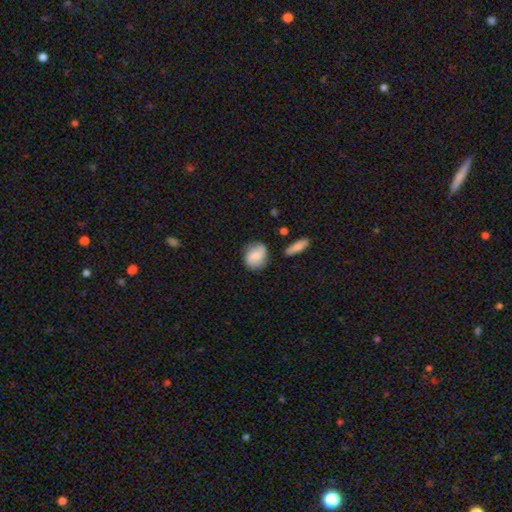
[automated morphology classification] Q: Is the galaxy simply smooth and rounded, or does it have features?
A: smooth — 68%.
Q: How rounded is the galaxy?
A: round — 57%.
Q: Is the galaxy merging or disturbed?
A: none — 72%.